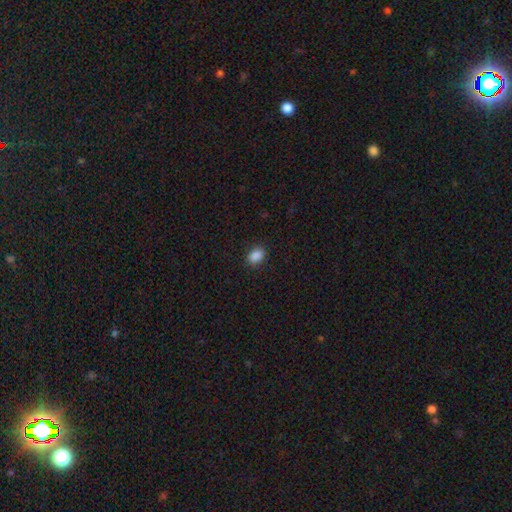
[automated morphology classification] Smooth or featured?
  - smooth: 88% *
  - star or artifact: 9%
  - featured or disk: 3%
How rounded?
  - in between: 76% *
  - round: 23%
  - cigar-shaped: 1%
Merging?
  - none: 87% *
  - minor disturbance: 9%
  - major disturbance: 2%
  - merger: 1%